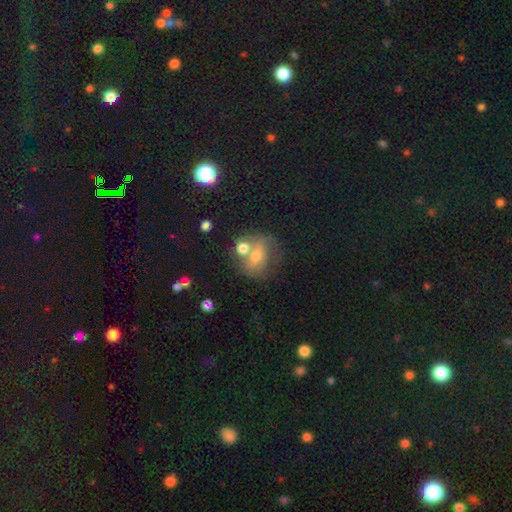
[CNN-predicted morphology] smooth 50%, featured or disk 37%, star or artifact 13%. Down the decision tree: how rounded — round (59%); merging — none (41%).